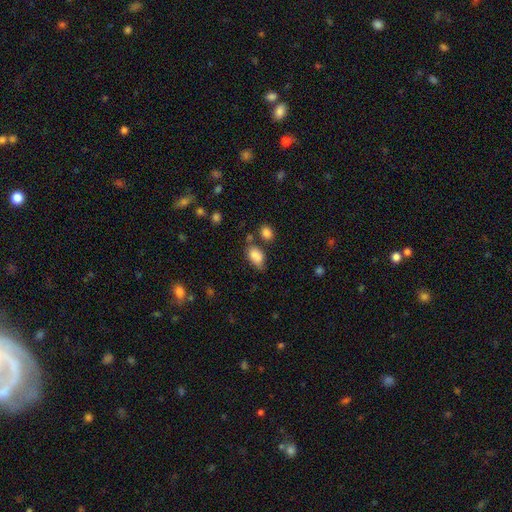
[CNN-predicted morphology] Smooth or featured? smooth (84%)
How rounded? in between (89%)
Merging? none (55%)